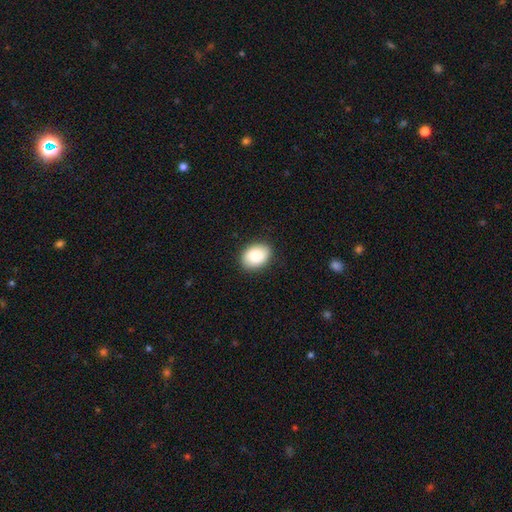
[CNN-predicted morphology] type=smooth (87%); roundness=in between (74%); merging=none (89%).